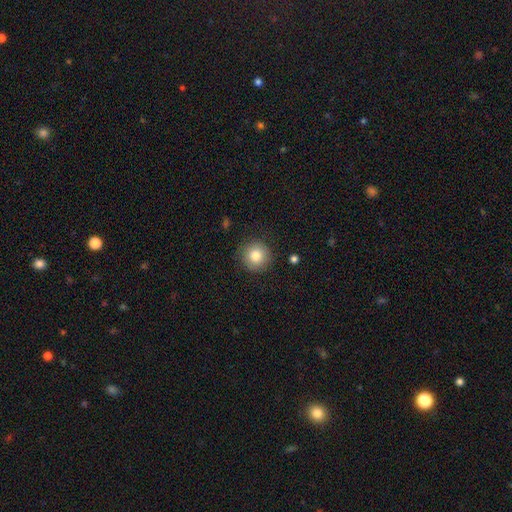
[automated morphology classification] Smooth or featured? Predicted: smooth (p=0.81). How rounded? Predicted: round (p=0.94). Merging? Predicted: none (p=0.87).